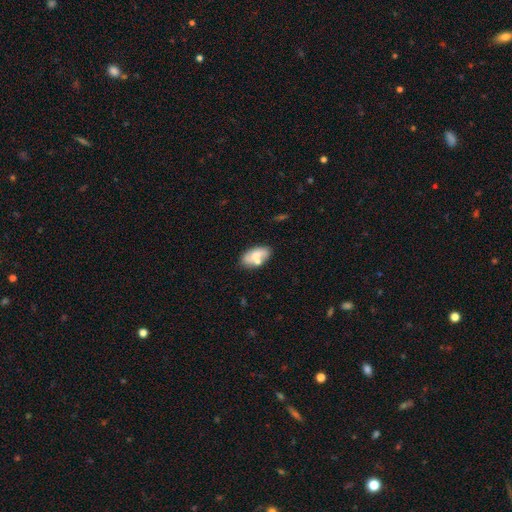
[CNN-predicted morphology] Smooth or featured?
  - smooth: 58% *
  - featured or disk: 35%
  - star or artifact: 7%
How rounded?
  - in between: 91% *
  - round: 5%
  - cigar-shaped: 4%
Merging?
  - none: 61% *
  - merger: 18%
  - minor disturbance: 17%
  - major disturbance: 5%